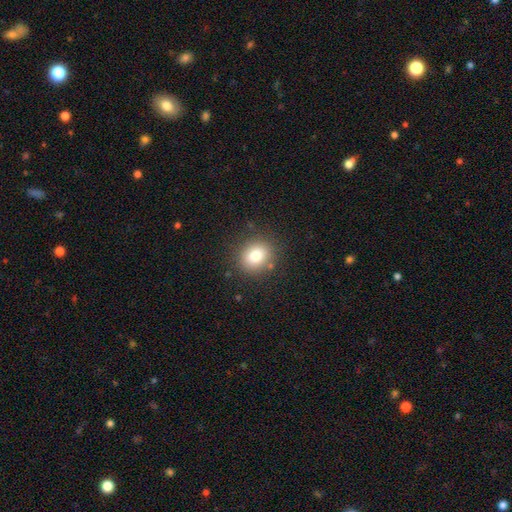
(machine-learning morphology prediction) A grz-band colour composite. It shows a smooth galaxy with no disk features (78%) that is round (74%). Merging: none (85%).